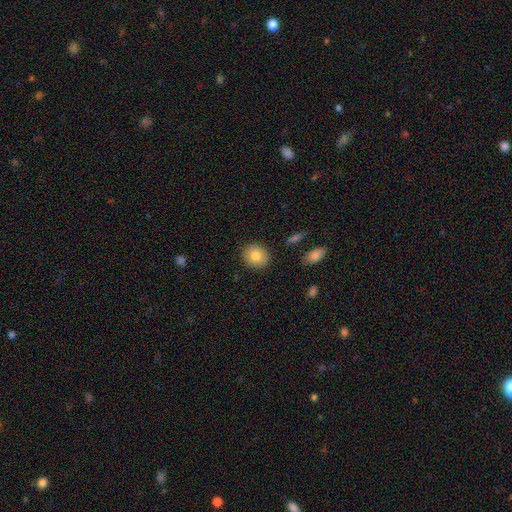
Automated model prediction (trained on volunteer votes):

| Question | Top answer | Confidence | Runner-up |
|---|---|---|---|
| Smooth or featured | smooth | 82% | featured or disk (10%) |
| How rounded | round | 75% | in between (24%) |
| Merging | none | 89% | minor disturbance (8%) |